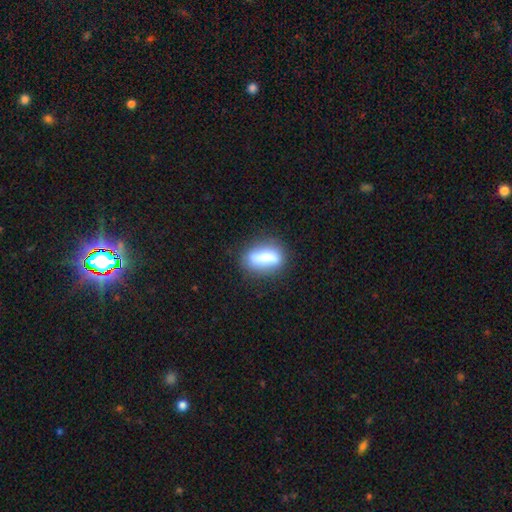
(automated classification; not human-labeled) Morphology: type=smooth (72%); roundness=in between (70%); merging=none (77%).